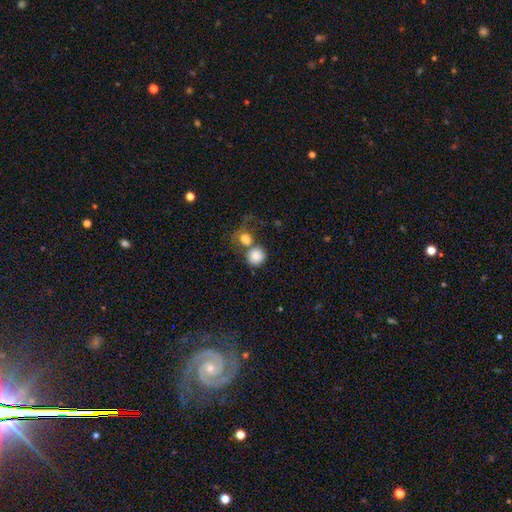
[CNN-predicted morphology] A smooth galaxy with no disk features (84%) that is round (86%). Merging: none (46%).